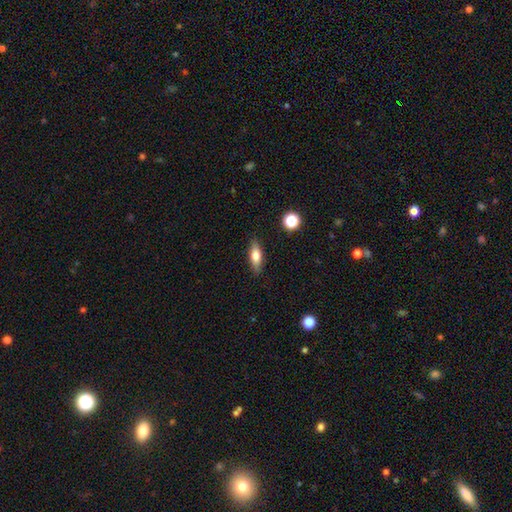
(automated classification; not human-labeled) Smooth or featured? Predicted: smooth (p=0.71). How rounded? Predicted: in between (p=0.59). Merging? Predicted: none (p=0.86).